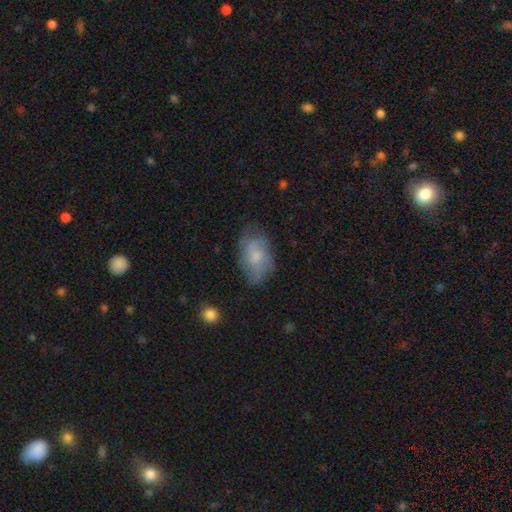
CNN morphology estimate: Q: Smooth or featured?
A: smooth (58%); runner-up: featured or disk (34%)
Q: How rounded?
A: in between (89%); runner-up: round (9%)
Q: Merging?
A: none (59%); runner-up: minor disturbance (28%)